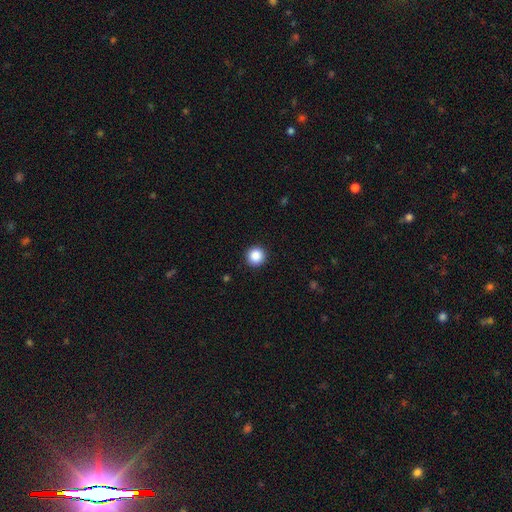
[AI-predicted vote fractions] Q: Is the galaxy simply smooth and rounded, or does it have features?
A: smooth — 88%.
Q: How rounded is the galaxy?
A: round — 96%.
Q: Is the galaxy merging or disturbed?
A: none — 93%.